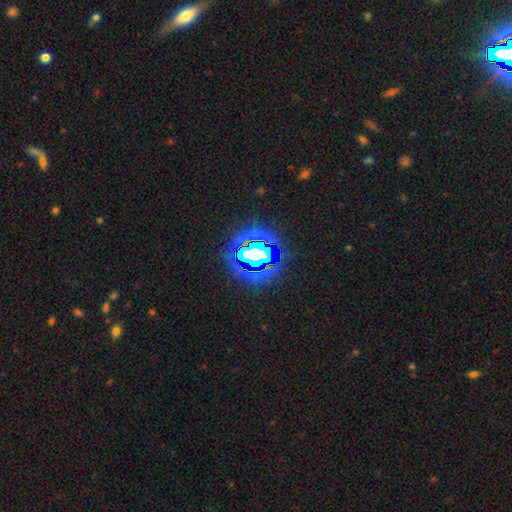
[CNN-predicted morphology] smooth_or_featured: star or artifact (p=0.70) [alt: smooth p=0.18]